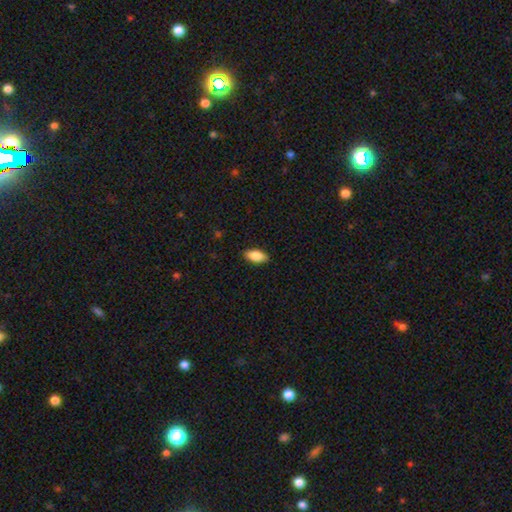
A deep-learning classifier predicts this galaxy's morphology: smooth 87%, star or artifact 7%, featured or disk 6%. Down the decision tree: how rounded — in between (91%); merging — none (88%).